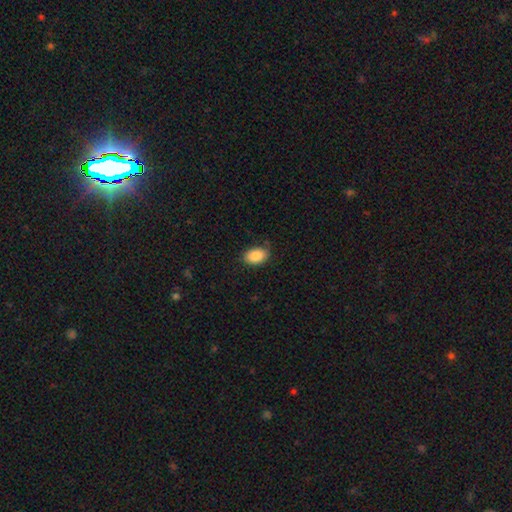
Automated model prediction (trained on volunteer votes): Q: Smooth or featured?
A: smooth (87%); runner-up: star or artifact (7%)
Q: How rounded?
A: in between (88%); runner-up: round (11%)
Q: Merging?
A: none (84%); runner-up: minor disturbance (13%)